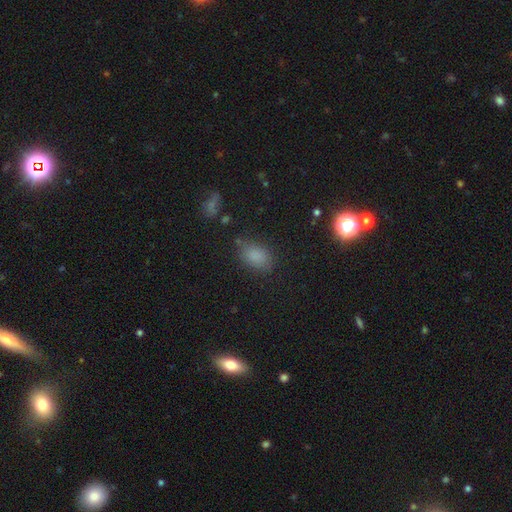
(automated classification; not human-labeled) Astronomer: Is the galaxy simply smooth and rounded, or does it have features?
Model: smooth — 80%.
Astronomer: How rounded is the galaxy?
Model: in between — 84%.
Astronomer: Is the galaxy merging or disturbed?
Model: none — 76%.